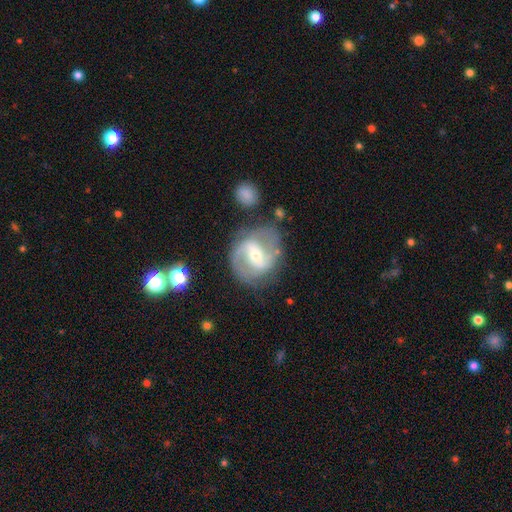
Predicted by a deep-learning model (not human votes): Smooth or featured? Predicted: featured or disk (p=0.82). Edge-on disk? Predicted: no (p=0.97). Bar? Predicted: strong (p=0.42). Spiral arms? Predicted: yes (p=0.90). Spiral winding? Predicted: medium (p=0.50). Spiral arm count? Predicted: 2 (p=0.86). Bulge size? Predicted: small (p=0.52). Merging? Predicted: none (p=0.72).